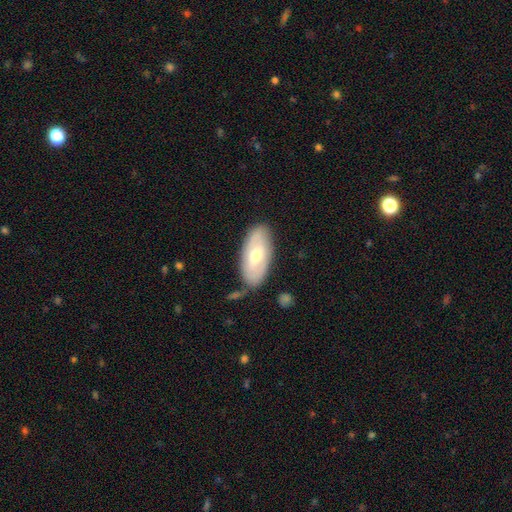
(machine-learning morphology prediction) smooth_or_featured: smooth (p=0.47) [tied with: featured or disk p=0.47]
merging: none (p=0.77) [alt: minor disturbance p=0.15]